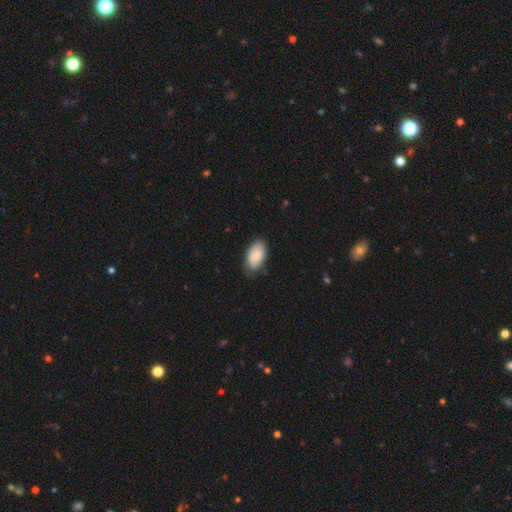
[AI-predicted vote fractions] Smooth or featured: smooth — 87% (featured or disk — 7%)
How rounded: in between — 95% (round — 3%)
Merging: none — 75% (minor disturbance — 21%)